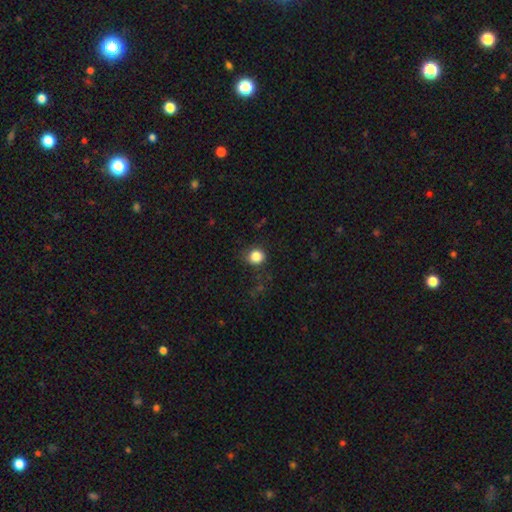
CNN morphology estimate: Smooth or featured?
  - smooth: 85% *
  - star or artifact: 11%
  - featured or disk: 4%
How rounded?
  - round: 83% *
  - in between: 16%
  - cigar-shaped: 1%
Merging?
  - none: 77% *
  - minor disturbance: 16%
  - major disturbance: 5%
  - merger: 1%